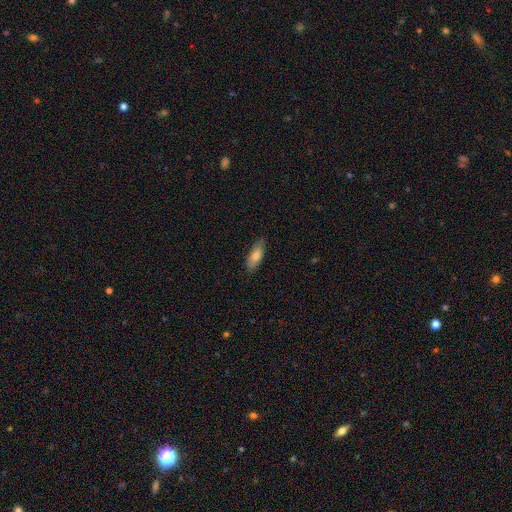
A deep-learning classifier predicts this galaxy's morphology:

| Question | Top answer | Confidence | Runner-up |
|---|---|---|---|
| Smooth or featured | smooth | 76% | featured or disk (18%) |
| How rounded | in between | 72% | cigar-shaped (26%) |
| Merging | none | 80% | minor disturbance (16%) |